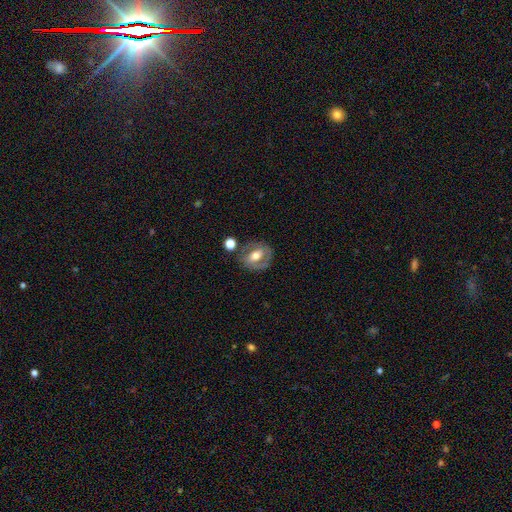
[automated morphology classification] A featured or disk galaxy (57%) with a weak bar (37%), no spiral arms (55%) and a moderate central bulge (69%).

Vote fractions:
- Smooth or featured? featured or disk: 57% / smooth: 36% / star or artifact: 7%
- Edge-on disk? no: 94% / yes: 6%
- Bar? weak: 37% / no: 36% / strong: 28%
- Spiral arms? no: 55% / yes: 45%
- Bulge size? moderate: 69% / large: 16% / small: 12% / dominant: 1% / none: 1%
- Merging? none: 70% / minor disturbance: 16% / major disturbance: 8% / merger: 7%